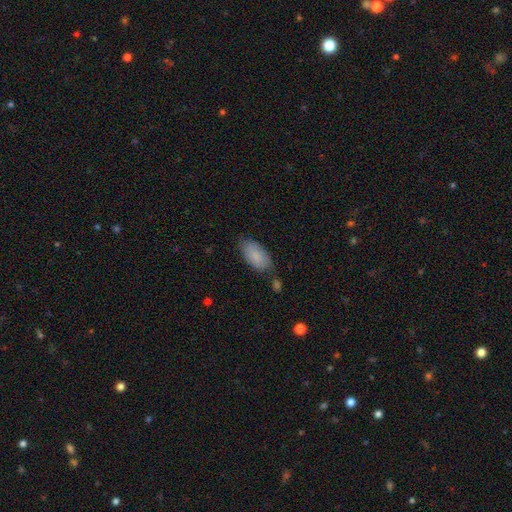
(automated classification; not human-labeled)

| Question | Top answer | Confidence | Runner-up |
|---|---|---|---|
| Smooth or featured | smooth | 84% | featured or disk (10%) |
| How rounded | in between | 94% | cigar-shaped (4%) |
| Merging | none | 68% | minor disturbance (22%) |